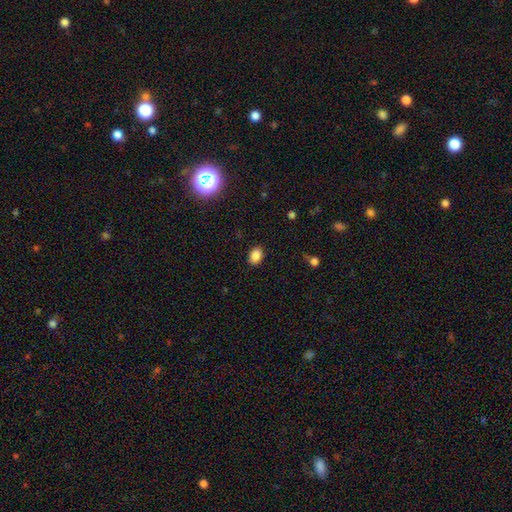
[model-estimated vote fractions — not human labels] A smooth galaxy with no disk features (86%) that is in between round and cigar-shaped (76%). Merging: none (88%).